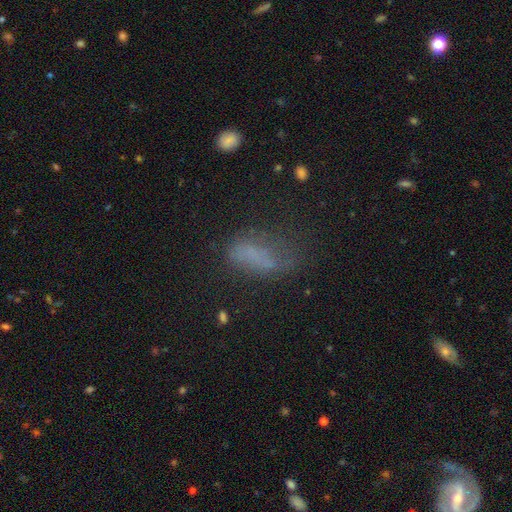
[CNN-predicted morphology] Q: Smooth or featured?
A: smooth (58%); runner-up: featured or disk (23%)
Q: How rounded?
A: in between (75%); runner-up: cigar-shaped (20%)
Q: Merging?
A: none (40%); runner-up: major disturbance (29%)